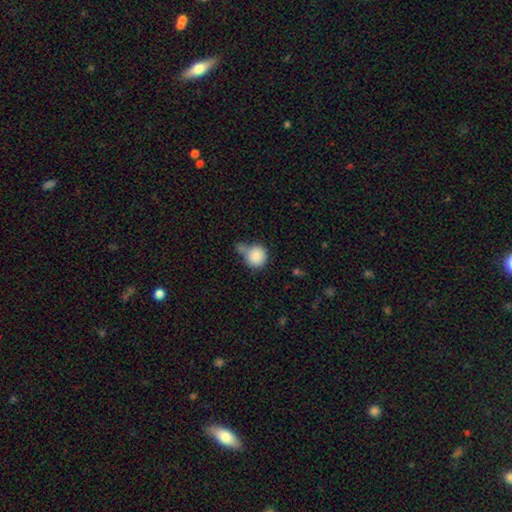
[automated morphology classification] Overall: smooth (87%). How rounded: round (90%). Merging: none (47%; merger 27%).